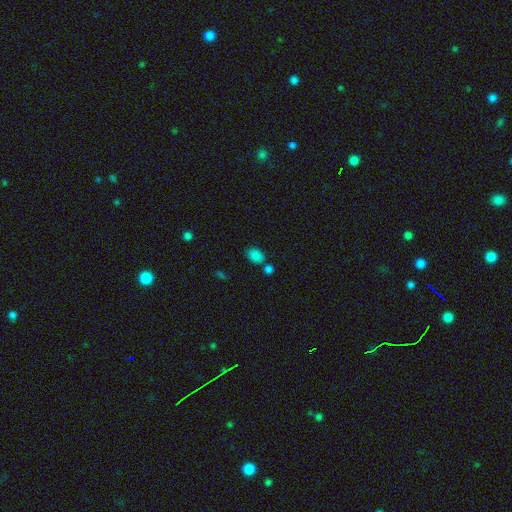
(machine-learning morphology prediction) This appears to be a smooth galaxy with no disk features (83%) that is in between round and cigar-shaped (77%). Merging: none (64%).